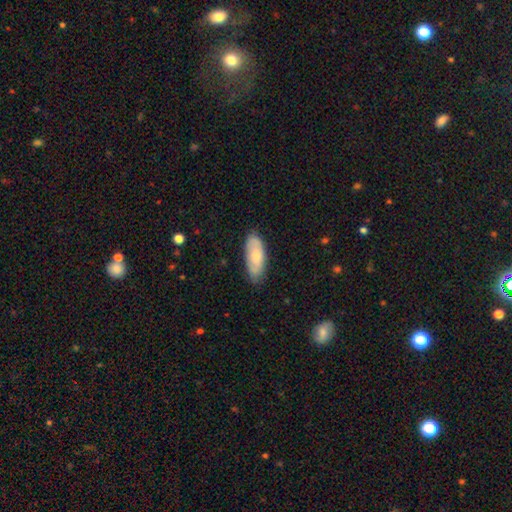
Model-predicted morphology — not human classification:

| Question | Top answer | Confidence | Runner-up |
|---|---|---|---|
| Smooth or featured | smooth | 72% | featured or disk (22%) |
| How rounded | in between | 79% | cigar-shaped (19%) |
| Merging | none | 77% | minor disturbance (18%) |